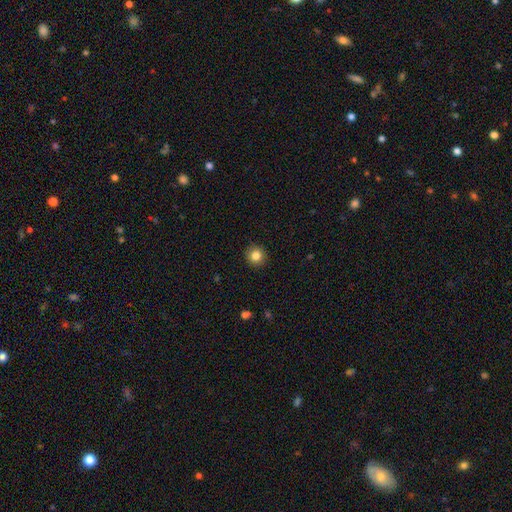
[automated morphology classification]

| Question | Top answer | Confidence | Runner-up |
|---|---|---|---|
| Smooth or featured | smooth | 84% | star or artifact (10%) |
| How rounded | round | 94% | in between (5%) |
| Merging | none | 93% | minor disturbance (5%) |